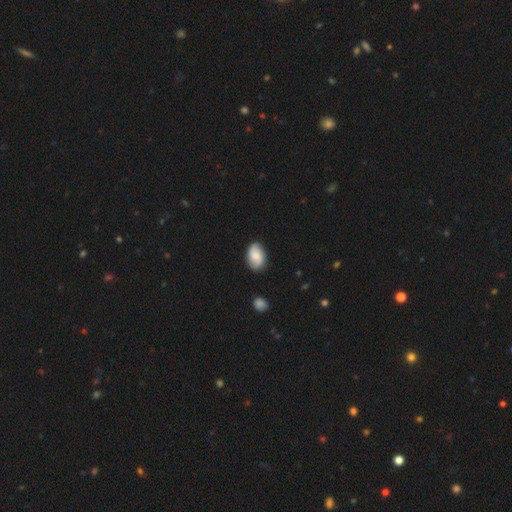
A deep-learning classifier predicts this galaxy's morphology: Smooth or featured: smooth — 57% (featured or disk — 35%)
How rounded: in between — 87% (round — 12%)
Merging: none — 80% (minor disturbance — 15%)